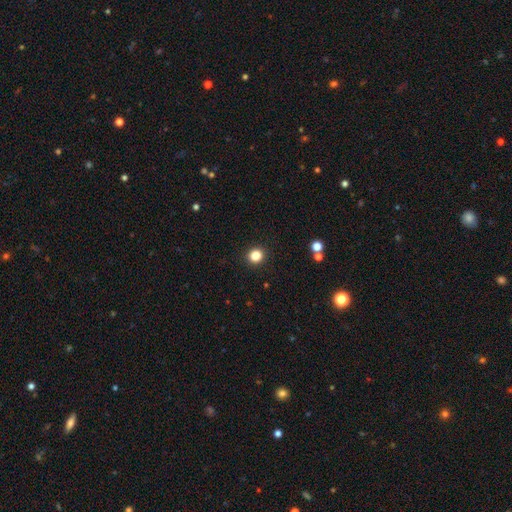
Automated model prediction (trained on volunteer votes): Smooth or featured: smooth — 84% (star or artifact — 12%)
How rounded: round — 89% (in between — 11%)
Merging: none — 93% (minor disturbance — 4%)